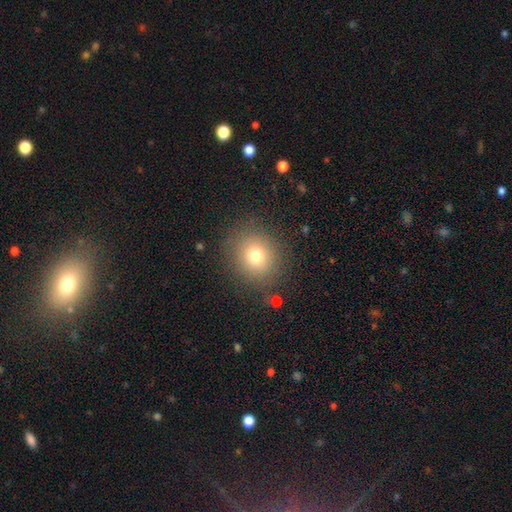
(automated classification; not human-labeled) Q: Smooth or featured?
A: smooth (75%); runner-up: star or artifact (14%)
Q: How rounded?
A: round (77%); runner-up: in between (22%)
Q: Merging?
A: none (85%); runner-up: minor disturbance (9%)